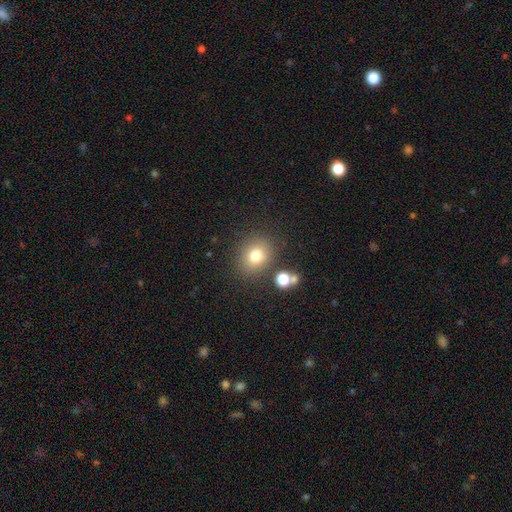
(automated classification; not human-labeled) smooth_or_featured: smooth (p=0.76) [alt: star or artifact p=0.14]
how_rounded: round (p=0.66) [alt: in between p=0.33]
merging: none (p=0.81) [alt: minor disturbance p=0.10]